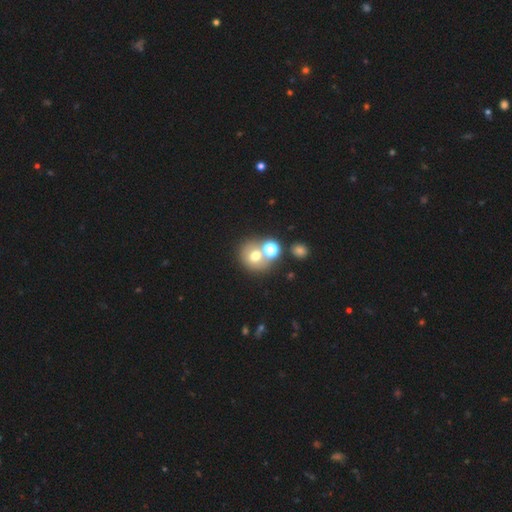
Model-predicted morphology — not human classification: Smooth or featured? Predicted: smooth (p=0.65). How rounded? Predicted: round (p=0.80). Merging? Predicted: none (p=0.52).